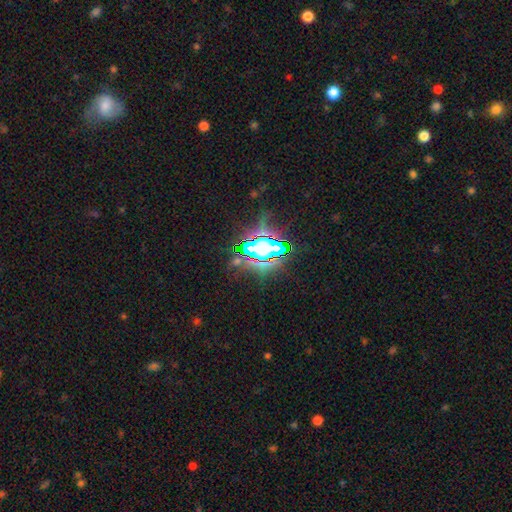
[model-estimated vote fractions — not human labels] Smooth or featured: star or artifact — 81% (smooth — 11%)